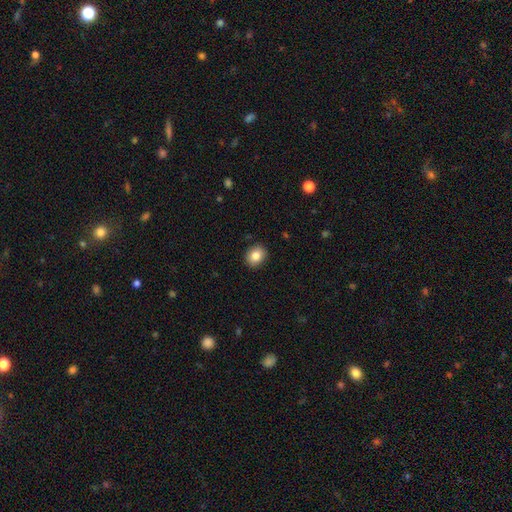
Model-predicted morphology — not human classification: Smooth or featured?
  - smooth: 84% *
  - star or artifact: 9%
  - featured or disk: 7%
How rounded?
  - round: 59% *
  - in between: 40%
  - cigar-shaped: 1%
Merging?
  - none: 89% *
  - minor disturbance: 8%
  - major disturbance: 2%
  - merger: 1%